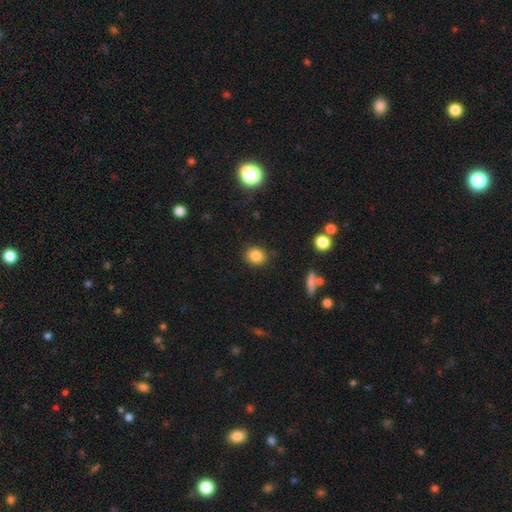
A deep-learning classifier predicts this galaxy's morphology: Smooth or featured? smooth (85%)
How rounded? round (74%)
Merging? none (89%)